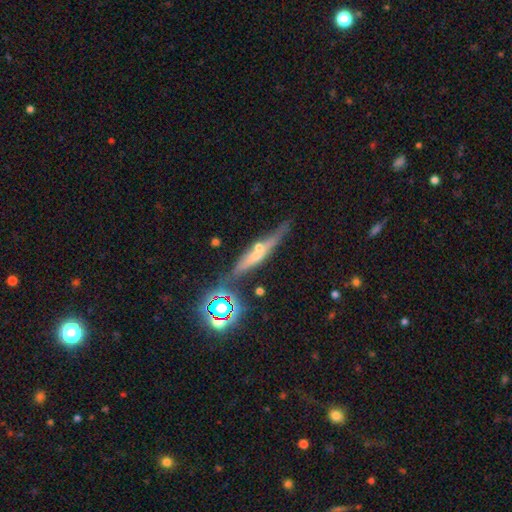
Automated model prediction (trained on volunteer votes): Smooth or featured?
  - featured or disk: 50% *
  - smooth: 30%
  - star or artifact: 20%
Edge-on disk?
  - yes: 87% *
  - no: 13%
Merging?
  - none: 67% *
  - minor disturbance: 15%
  - merger: 13%
  - major disturbance: 5%